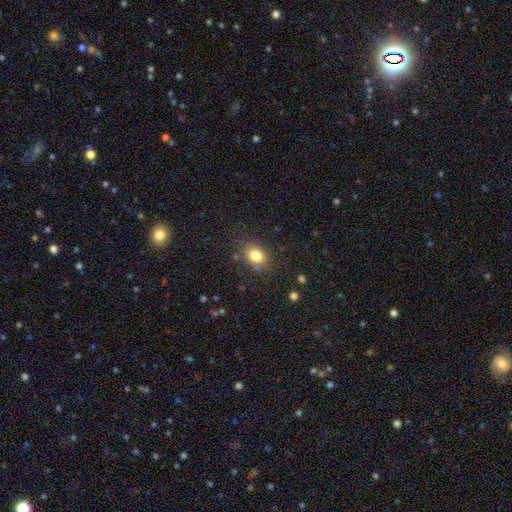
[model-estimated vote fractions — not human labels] Smooth or featured: smooth — 81% (star or artifact — 11%)
How rounded: in between — 64% (round — 35%)
Merging: none — 78% (minor disturbance — 14%)